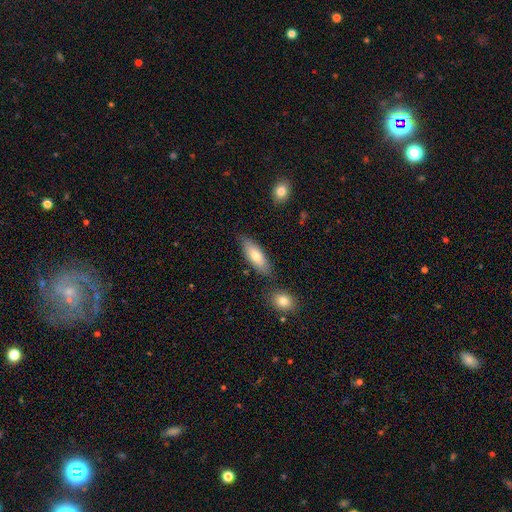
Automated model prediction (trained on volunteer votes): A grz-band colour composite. It shows a smooth galaxy with no disk features (73%) that is in between round and cigar-shaped (67%). Merging: none (77%).